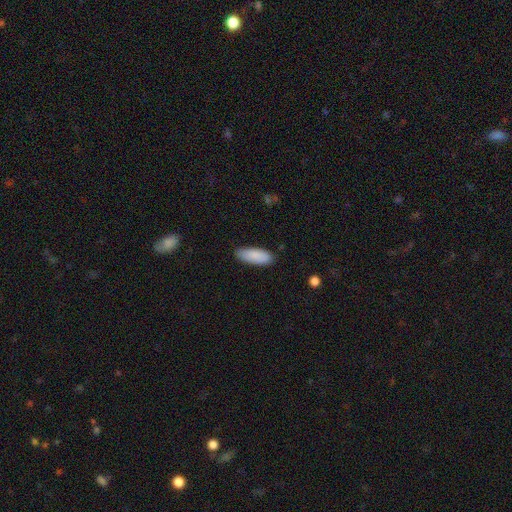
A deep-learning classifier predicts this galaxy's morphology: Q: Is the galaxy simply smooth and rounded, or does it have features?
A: smooth — 89%.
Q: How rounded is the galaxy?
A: in between — 75%.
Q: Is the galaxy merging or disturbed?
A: none — 84%.